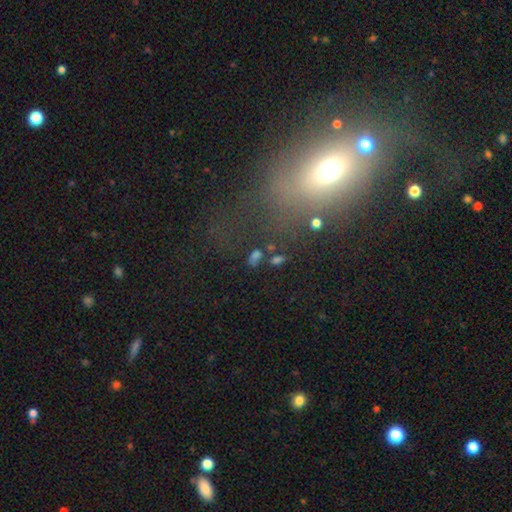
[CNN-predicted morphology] This appears to be a smooth galaxy with no disk features (61%) that is in between round and cigar-shaped (82%). Merging: none (60%).